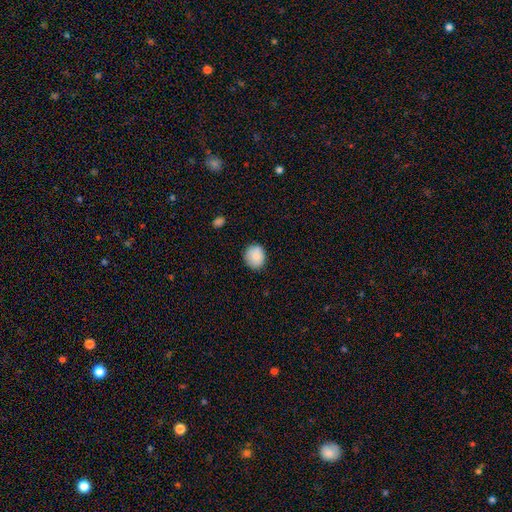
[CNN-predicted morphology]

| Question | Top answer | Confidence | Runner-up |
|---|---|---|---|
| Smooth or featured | smooth | 87% | star or artifact (8%) |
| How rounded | round | 70% | in between (29%) |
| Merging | none | 84% | minor disturbance (12%) |